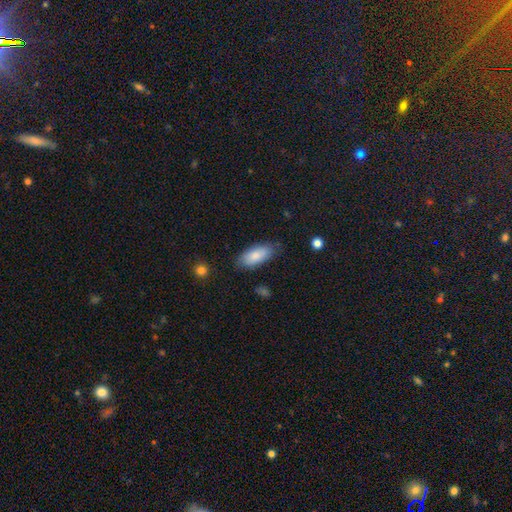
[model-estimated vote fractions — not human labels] smooth-or-featured: smooth: 84% | featured or disk: 10% | star or artifact: 6%
  how-rounded: in between: 88% | cigar-shaped: 10% | round: 2%
  merging: none: 76% | minor disturbance: 18% | major disturbance: 4% | merger: 2%